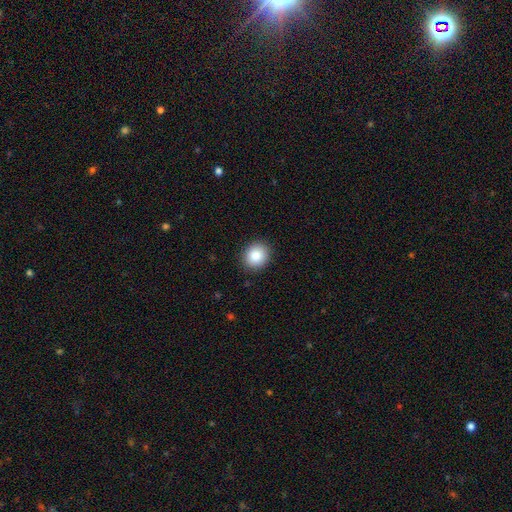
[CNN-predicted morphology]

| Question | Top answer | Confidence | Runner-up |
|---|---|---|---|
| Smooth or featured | smooth | 86% | star or artifact (9%) |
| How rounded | round | 75% | in between (25%) |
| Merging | none | 90% | minor disturbance (7%) |